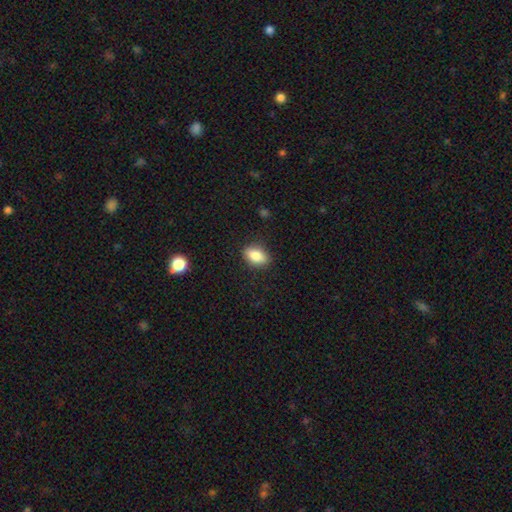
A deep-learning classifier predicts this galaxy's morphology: smooth-or-featured: smooth: 85% | star or artifact: 8% | featured or disk: 7%
  how-rounded: in between: 86% | round: 11% | cigar-shaped: 3%
  merging: none: 86% | minor disturbance: 10% | major disturbance: 3% | merger: 1%